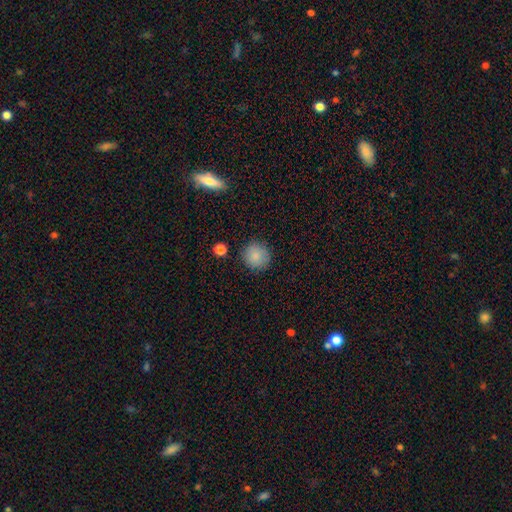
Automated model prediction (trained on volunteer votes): A smooth galaxy with no disk features (87%) that is round (93%). Merging: none (88%).